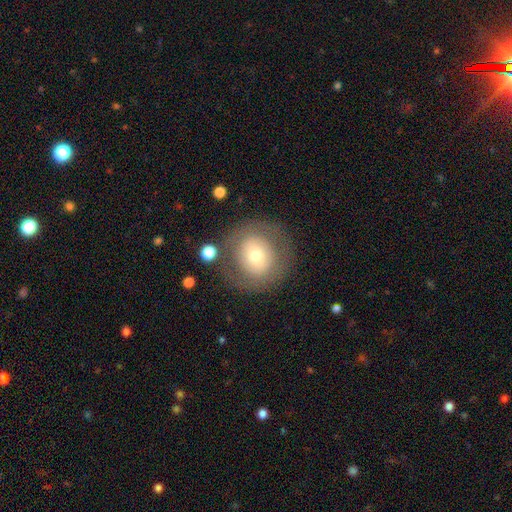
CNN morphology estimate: A smooth galaxy with no disk features (60%) that is round (89%). Merging: none (80%).